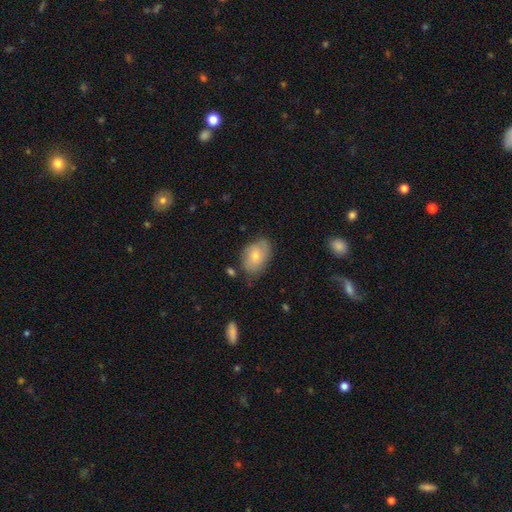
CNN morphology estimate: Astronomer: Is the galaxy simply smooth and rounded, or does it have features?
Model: smooth — 66%.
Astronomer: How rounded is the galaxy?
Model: in between — 82%.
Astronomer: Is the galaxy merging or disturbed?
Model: none — 66%.